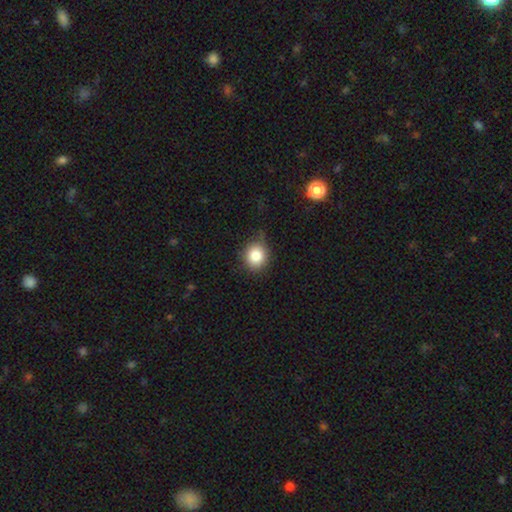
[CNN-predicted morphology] This is clearly a smooth galaxy (82%). How rounded: clearly round (82%). Merging: likely none (71%).